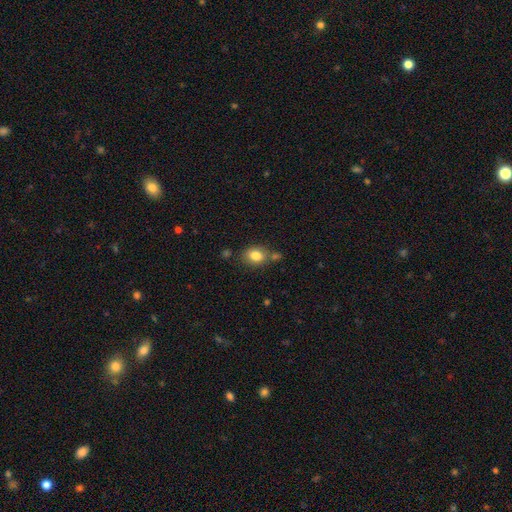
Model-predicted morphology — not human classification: Smooth or featured? smooth (82%)
How rounded? in between (56%)
Merging? none (68%)